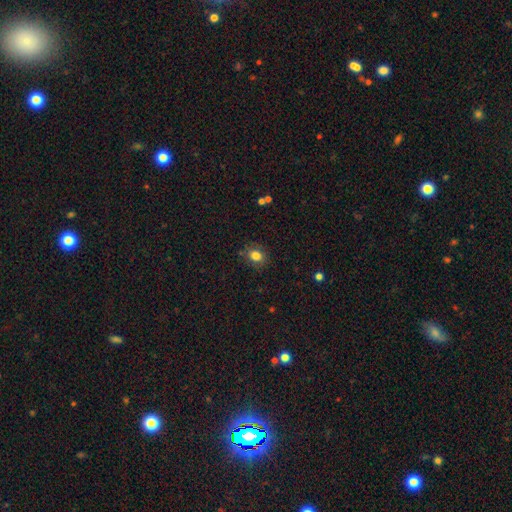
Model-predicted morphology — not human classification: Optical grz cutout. It shows a smooth galaxy with no disk features (82%) that is round (51%). Merging: none (81%).